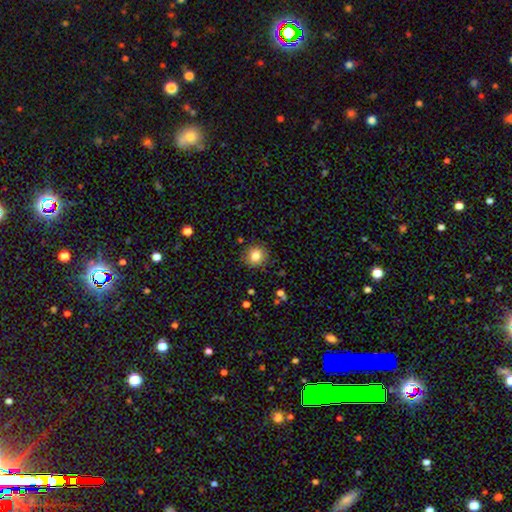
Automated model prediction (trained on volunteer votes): smooth 83%, star or artifact 10%, featured or disk 6%. Down the decision tree: how rounded — round (92%); merging — none (88%).